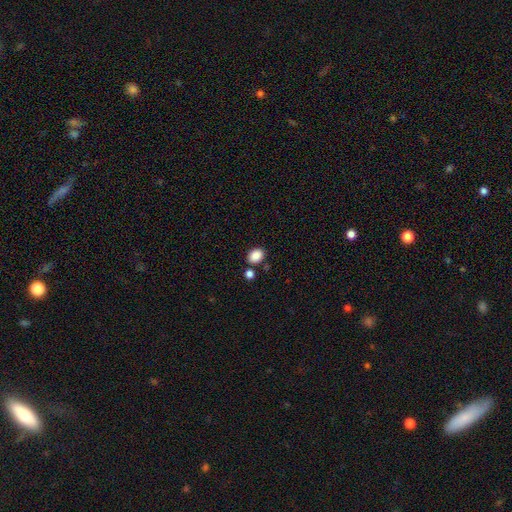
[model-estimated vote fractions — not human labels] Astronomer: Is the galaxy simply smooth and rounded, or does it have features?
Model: smooth — 88%.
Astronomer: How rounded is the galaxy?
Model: in between — 67%.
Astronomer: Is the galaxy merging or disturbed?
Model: none — 79%.